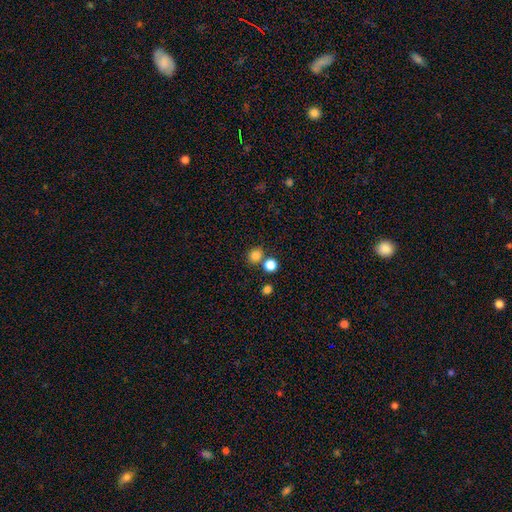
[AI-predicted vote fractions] Morphology: type=smooth (82%); roundness=round (81%); merging=none (66%).